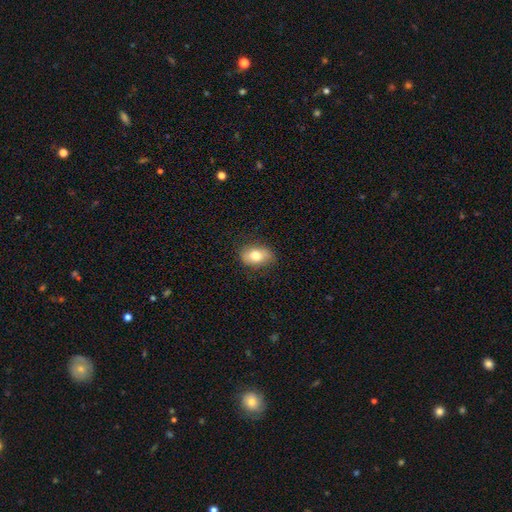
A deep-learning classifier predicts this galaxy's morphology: The model was most divided on "smooth or featured": smooth: 75%, featured or disk: 17%, star or artifact: 8%. More confident: how rounded — in between (82%); merging — none (79%).